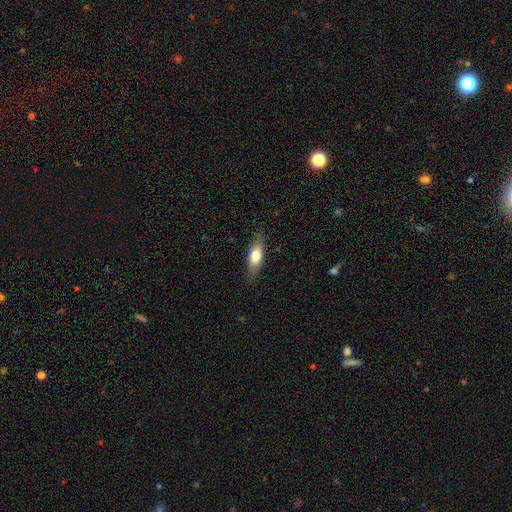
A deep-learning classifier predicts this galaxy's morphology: The model was most divided on "how rounded": in between: 65%, cigar-shaped: 32%, round: 3%. More confident: merging — none (83%); smooth or featured — smooth (69%).